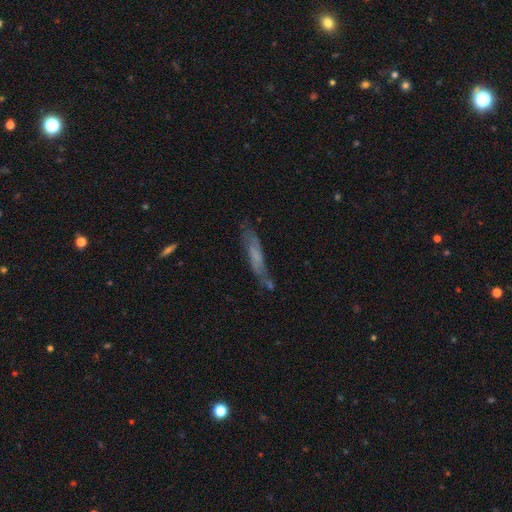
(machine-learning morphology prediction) smooth-or-featured: smooth: 46% | featured or disk: 45% | star or artifact: 9%
  merging: none: 59% | minor disturbance: 24% | major disturbance: 10% | merger: 6%